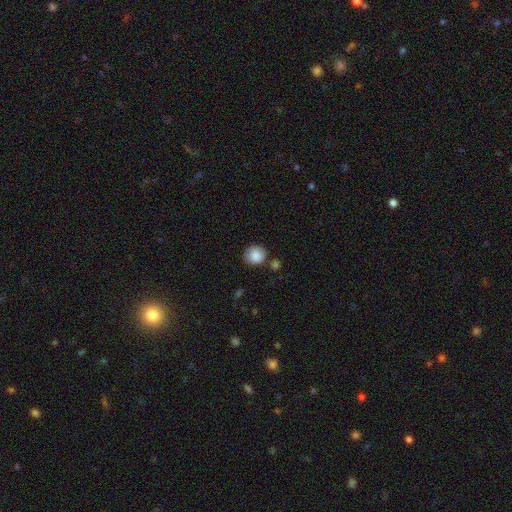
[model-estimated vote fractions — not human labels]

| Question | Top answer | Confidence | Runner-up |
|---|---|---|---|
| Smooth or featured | smooth | 87% | star or artifact (8%) |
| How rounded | round | 86% | in between (13%) |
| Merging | none | 76% | minor disturbance (14%) |